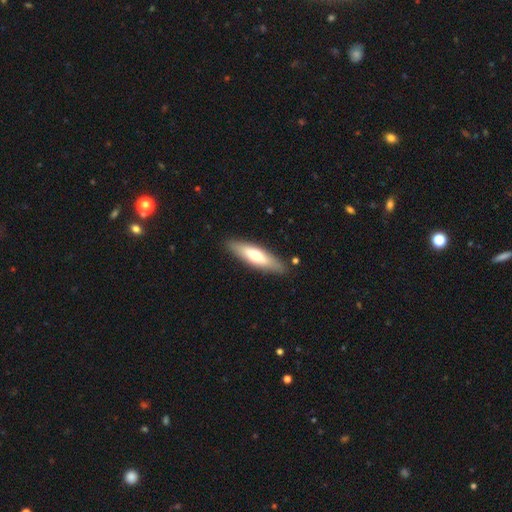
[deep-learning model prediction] Overall: smooth (57%; featured or disk 38%). How rounded: cigar-shaped (64%; in between 35%). Merging: none (86%).